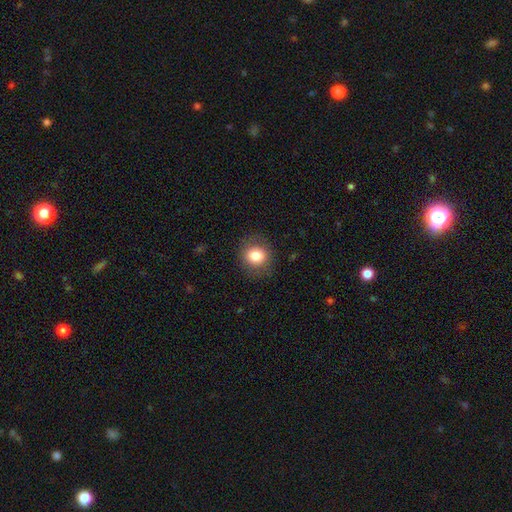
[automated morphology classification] This is clearly a smooth galaxy (81%). How rounded: likely round (79%). Merging: clearly none (86%).